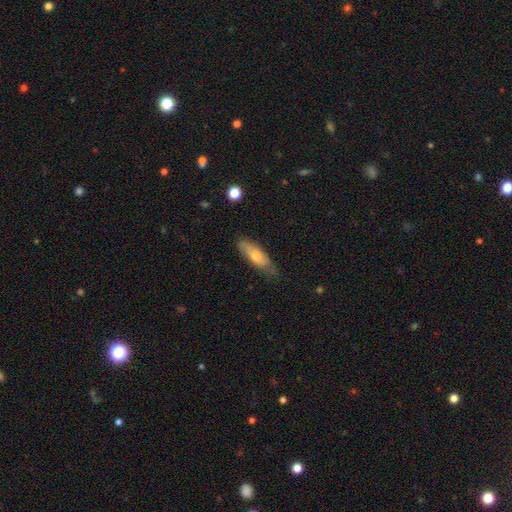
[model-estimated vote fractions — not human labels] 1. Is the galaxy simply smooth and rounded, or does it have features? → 66% smooth, 28% featured or disk, 6% star or artifact.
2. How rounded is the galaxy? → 59% in between, 39% cigar-shaped, 2% round.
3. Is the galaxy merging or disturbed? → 63% none, 28% minor disturbance, 7% major disturbance, 2% merger.